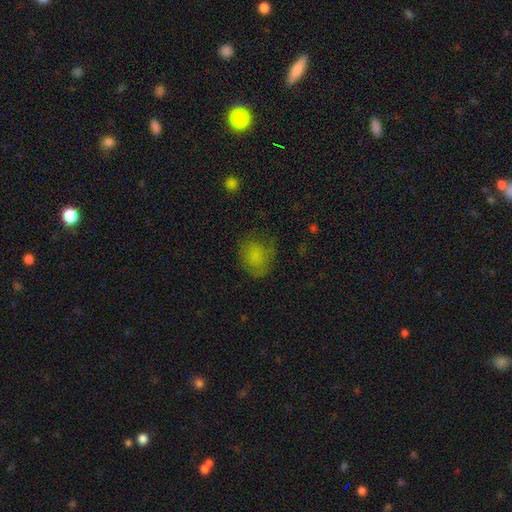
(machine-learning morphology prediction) Q: Smooth or featured?
A: smooth (76%); runner-up: star or artifact (12%)
Q: How rounded?
A: round (63%); runner-up: in between (36%)
Q: Merging?
A: none (60%); runner-up: minor disturbance (26%)